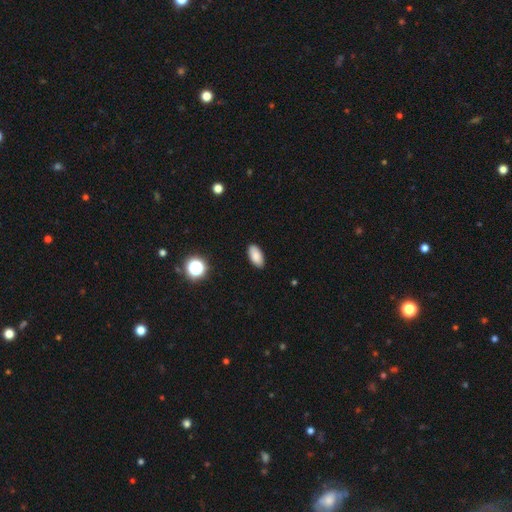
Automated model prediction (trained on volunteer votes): Overall: smooth (85%). How rounded: in between (92%). Merging: none (89%).